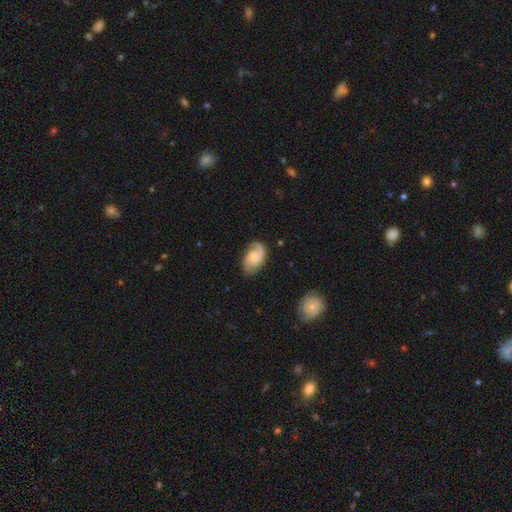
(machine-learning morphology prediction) Smooth or featured? Predicted: featured or disk (p=0.76). Edge-on disk? Predicted: no (p=0.97). Bar? Predicted: no (p=0.62). Spiral arms? Predicted: yes (p=0.97). Spiral winding? Predicted: medium (p=0.48). Spiral arm count? Predicted: 2 (p=0.83). Bulge size? Predicted: small (p=0.42). Merging? Predicted: none (p=0.76).